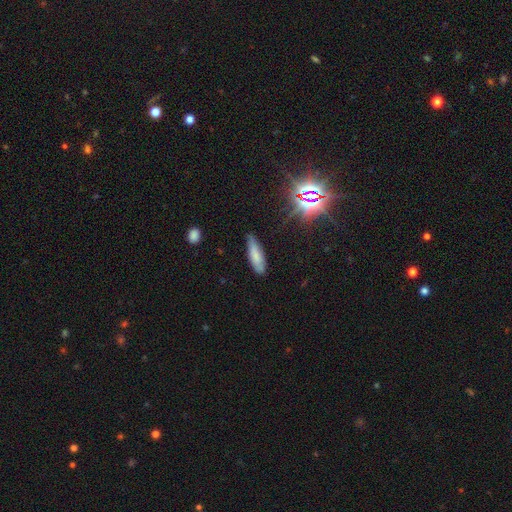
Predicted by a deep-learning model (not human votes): Overall: smooth (75%). How rounded: cigar-shaped (53%; in between 45%). Merging: none (72%).